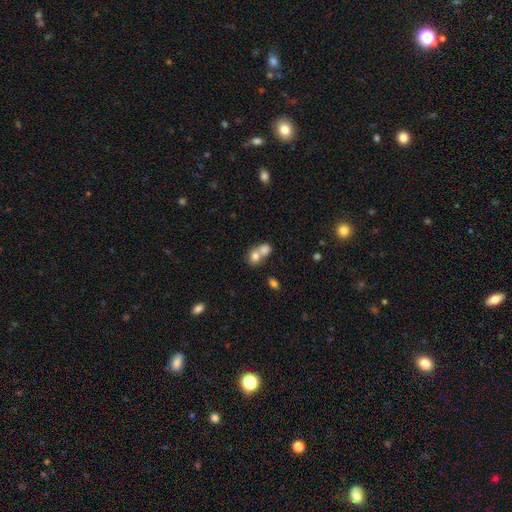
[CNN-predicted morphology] A smooth galaxy with no disk features (76%) that is round (56%).

Vote fractions:
- Smooth or featured? smooth: 76% / featured or disk: 14% / star or artifact: 10%
- How rounded? round: 56% / in between: 43% / cigar-shaped: 1%
- Merging? merger: 67% / none: 24% / minor disturbance: 6% / major disturbance: 3%